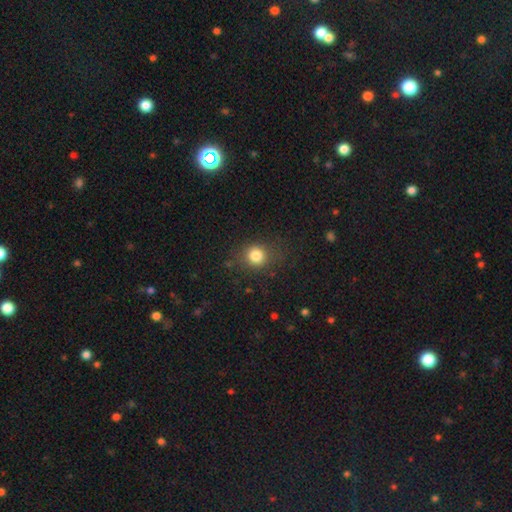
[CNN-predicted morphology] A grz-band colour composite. It shows a smooth galaxy with no disk features (81%) that is round (82%). Merging: none (80%).